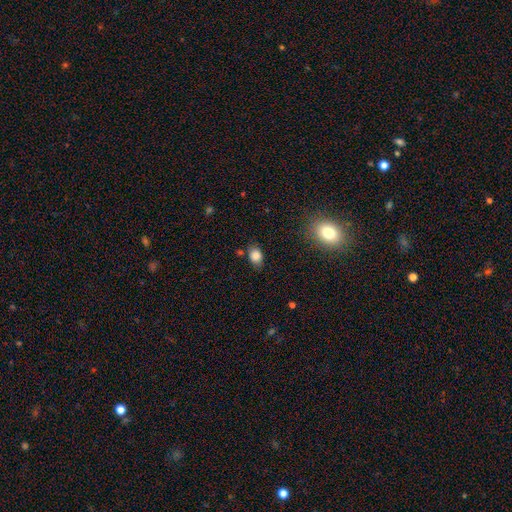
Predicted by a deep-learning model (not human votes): A smooth galaxy with no disk features (84%) that is in between round and cigar-shaped (72%). Merging: none (76%).